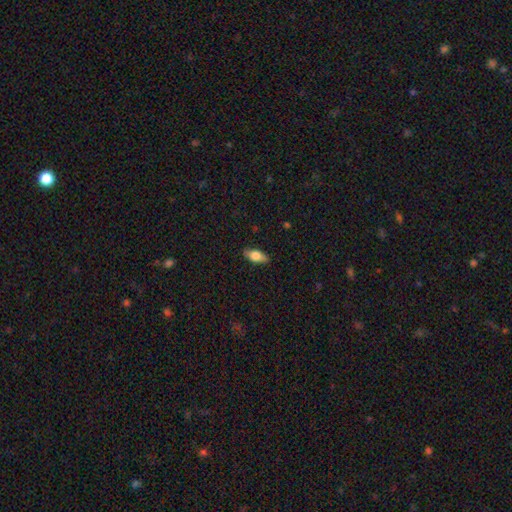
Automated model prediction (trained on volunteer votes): The model was most divided on "smooth or featured": smooth: 74%, featured or disk: 20%, star or artifact: 7%. More confident: merging — none (87%); how rounded — in between (81%).